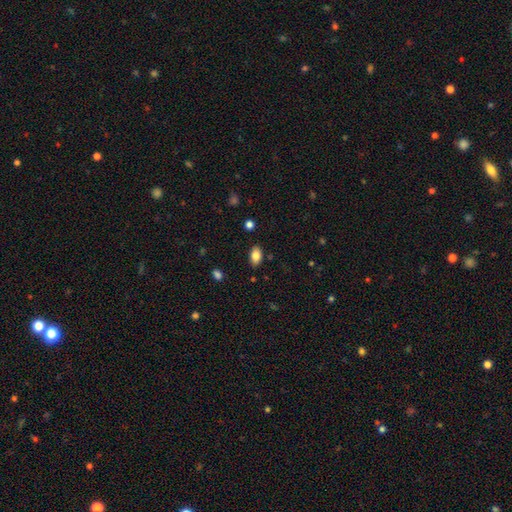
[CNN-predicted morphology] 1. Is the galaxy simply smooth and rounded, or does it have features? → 84% smooth, 8% star or artifact, 8% featured or disk.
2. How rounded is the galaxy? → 91% in between, 7% round, 2% cigar-shaped.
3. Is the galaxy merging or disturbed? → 86% none, 10% minor disturbance, 2% major disturbance, 2% merger.